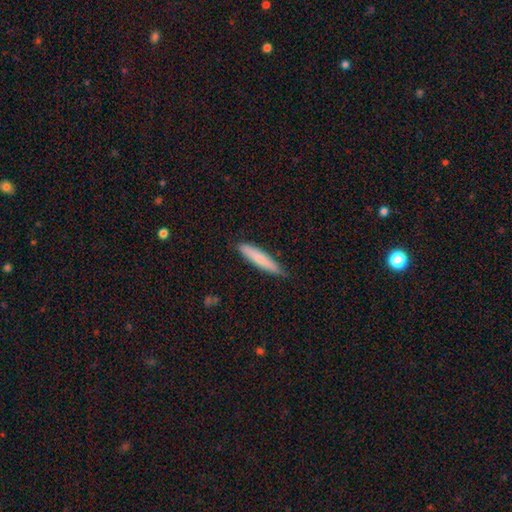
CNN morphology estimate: A smooth galaxy with no disk features (76%) that is cigar-shaped (92%).

Vote fractions:
- Smooth or featured? smooth: 76% / featured or disk: 17% / star or artifact: 6%
- How rounded? cigar-shaped: 92% / in between: 7% / round: 1%
- Merging? none: 85% / minor disturbance: 12% / major disturbance: 2% / merger: 1%